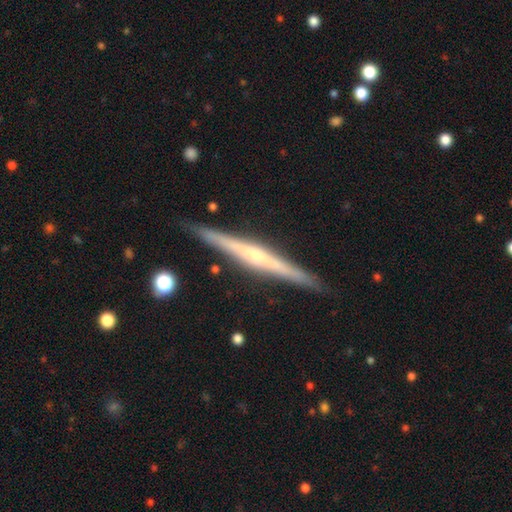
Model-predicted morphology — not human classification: Q: Smooth or featured?
A: featured or disk (78%); runner-up: smooth (17%)
Q: Edge-on disk?
A: yes (98%); runner-up: no (2%)
Q: Edge-on bulge?
A: rounded (67%); runner-up: none (25%)
Q: Merging?
A: none (90%); runner-up: minor disturbance (7%)